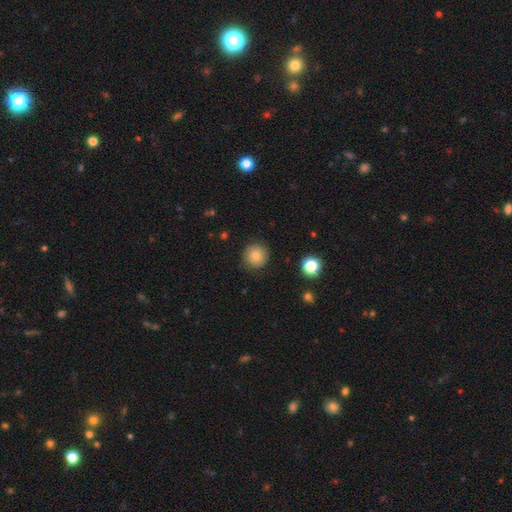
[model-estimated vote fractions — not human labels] This is likely a smooth galaxy (79%). How rounded: clearly round (95%). Merging: clearly none (88%).